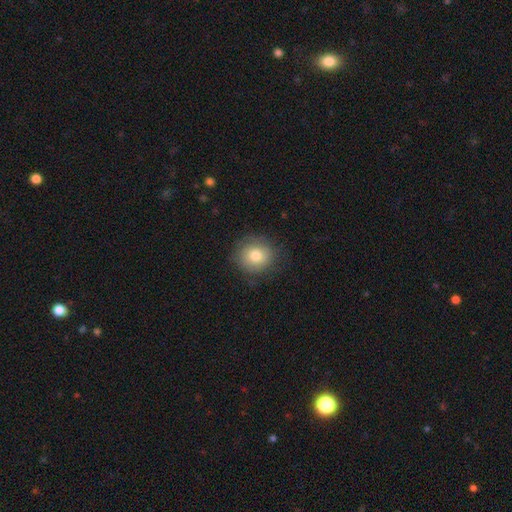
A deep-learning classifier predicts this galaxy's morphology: Overall: smooth (76%). How rounded: round (88%). Merging: none (81%).